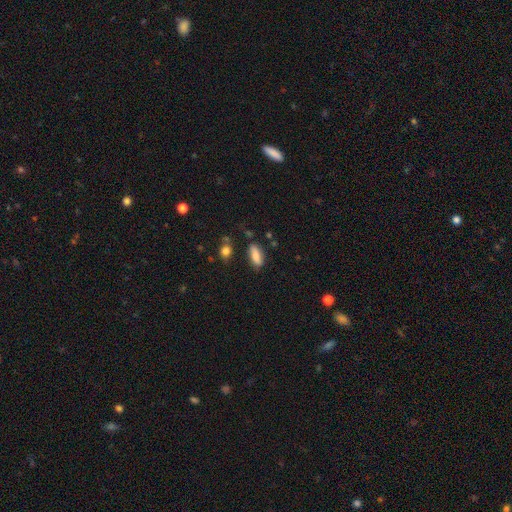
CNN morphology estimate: A smooth galaxy with no disk features (78%) that is in between round and cigar-shaped (77%). Merging: none (77%).